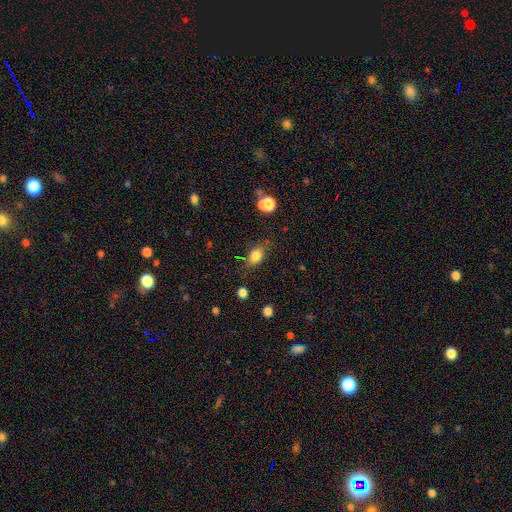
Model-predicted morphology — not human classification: Q: Smooth or featured?
A: smooth (81%); runner-up: star or artifact (10%)
Q: How rounded?
A: in between (78%); runner-up: round (20%)
Q: Merging?
A: none (72%); runner-up: minor disturbance (19%)